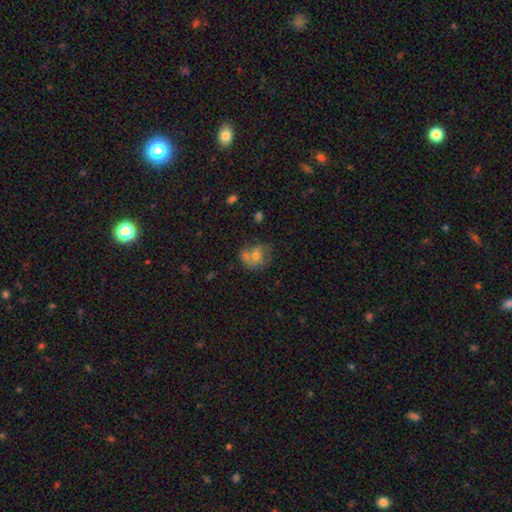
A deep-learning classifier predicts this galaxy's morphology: Smooth or featured?
  - smooth: 59% *
  - featured or disk: 31%
  - star or artifact: 11%
How rounded?
  - round: 56% *
  - in between: 43%
  - cigar-shaped: 1%
Merging?
  - none: 39% *
  - merger: 29%
  - minor disturbance: 20%
  - major disturbance: 12%